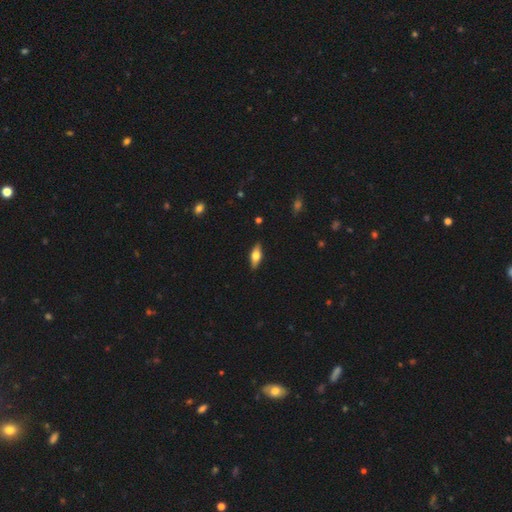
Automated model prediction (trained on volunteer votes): A smooth galaxy with no disk features (52%) that is in between round and cigar-shaped (66%).

Vote fractions:
- Smooth or featured? smooth: 52% / featured or disk: 42% / star or artifact: 7%
- How rounded? in between: 66% / cigar-shaped: 31% / round: 3%
- Merging? none: 87% / minor disturbance: 10% / major disturbance: 2% / merger: 1%